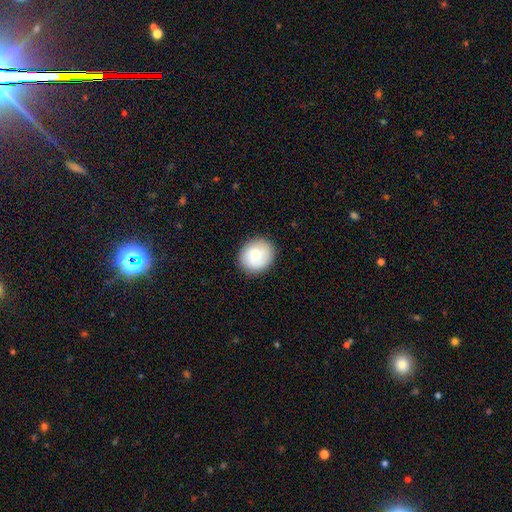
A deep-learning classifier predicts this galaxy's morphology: This is likely a smooth galaxy (75%). How rounded: likely round (78%). Merging: clearly none (86%).